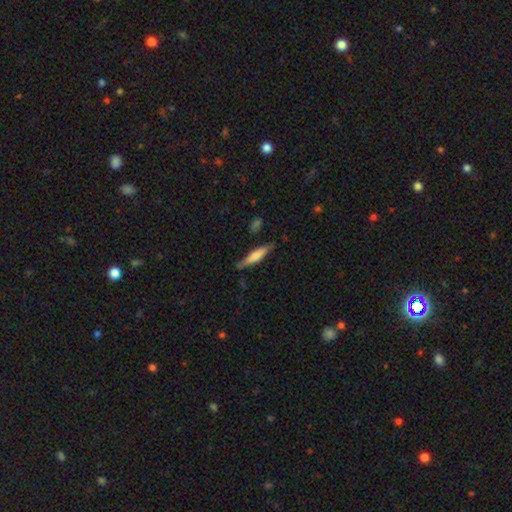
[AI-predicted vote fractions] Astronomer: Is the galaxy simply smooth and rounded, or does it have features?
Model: smooth — 60%.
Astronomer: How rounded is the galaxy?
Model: cigar-shaped — 85%.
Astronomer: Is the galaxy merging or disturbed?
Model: none — 80%.